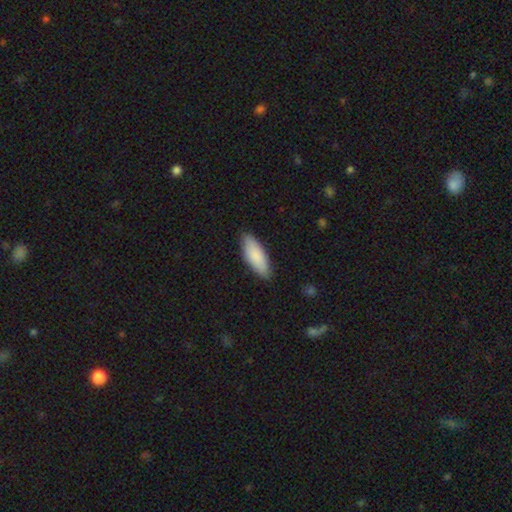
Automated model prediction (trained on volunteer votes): Smooth or featured: smooth — 87% (featured or disk — 8%)
How rounded: in between — 71% (cigar-shaped — 28%)
Merging: none — 84% (minor disturbance — 13%)